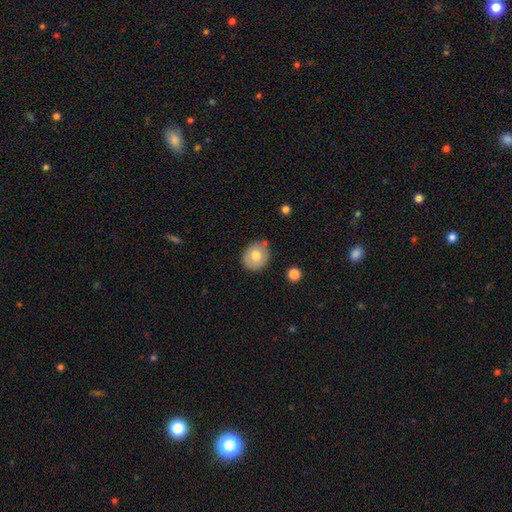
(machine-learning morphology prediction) smooth-or-featured: smooth: 73% | featured or disk: 19% | star or artifact: 8%
  how-rounded: round: 64% | in between: 35% | cigar-shaped: 1%
  merging: none: 79% | minor disturbance: 14% | merger: 4% | major disturbance: 3%